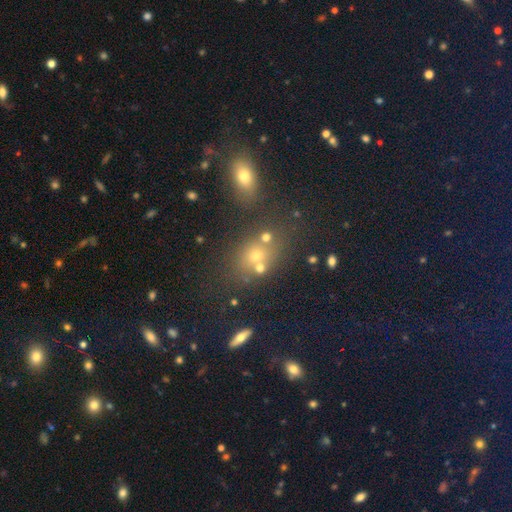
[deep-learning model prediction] Morphology: type=smooth (61%); roundness=round (51%); merging=none (58%).